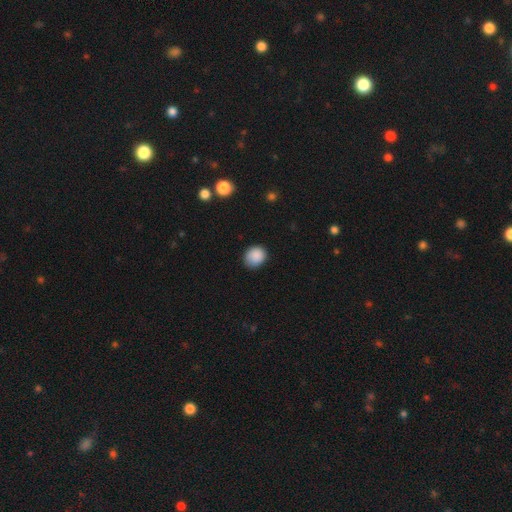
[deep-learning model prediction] Smooth or featured? smooth (88%)
How rounded? round (72%)
Merging? none (78%)